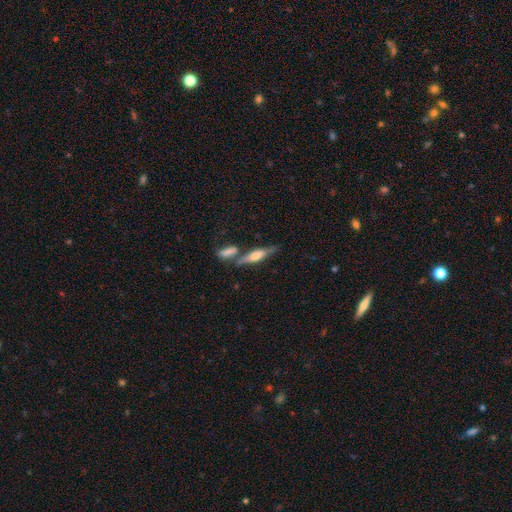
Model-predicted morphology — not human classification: Overall: featured or disk (59%; smooth 34%). Edge-on disk: yes (92%). Edge-on bulge: rounded (77%). Merging: none (62%).